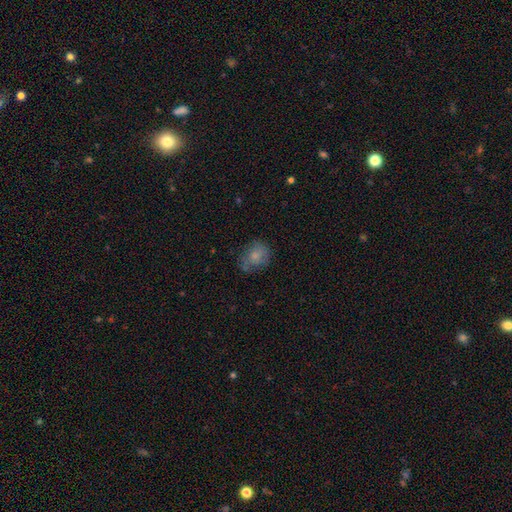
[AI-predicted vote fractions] This is likely a smooth galaxy (71%). How rounded: possibly round (57%). Merging: possibly none (59%).